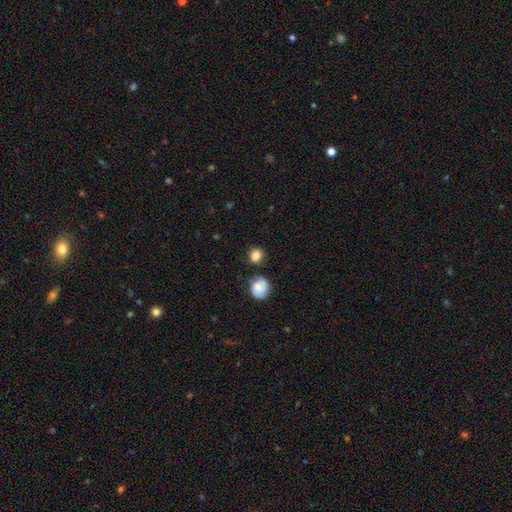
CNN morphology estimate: Overall: smooth (85%). How rounded: round (77%). Merging: none (78%).